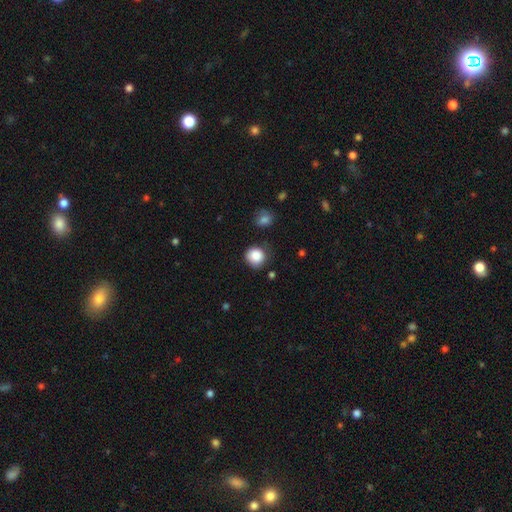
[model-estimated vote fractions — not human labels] The model was most divided on "merging": none: 76%, minor disturbance: 17%, major disturbance: 4%, merger: 3%. More confident: how rounded — round (90%); smooth or featured — smooth (87%).